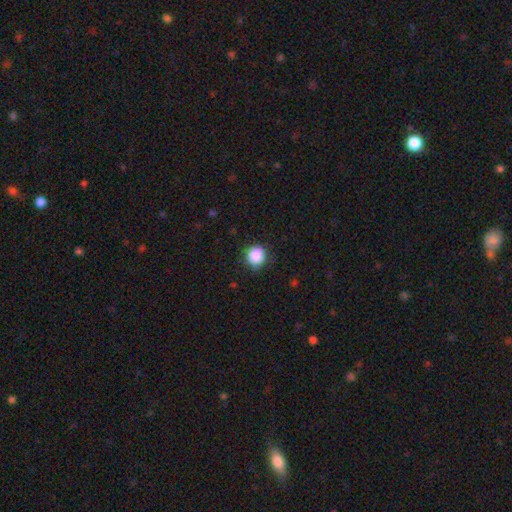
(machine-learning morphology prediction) Smooth or featured?
  - smooth: 88% *
  - star or artifact: 9%
  - featured or disk: 3%
How rounded?
  - round: 91% *
  - in between: 8%
  - cigar-shaped: 1%
Merging?
  - none: 83% *
  - minor disturbance: 13%
  - major disturbance: 3%
  - merger: 1%